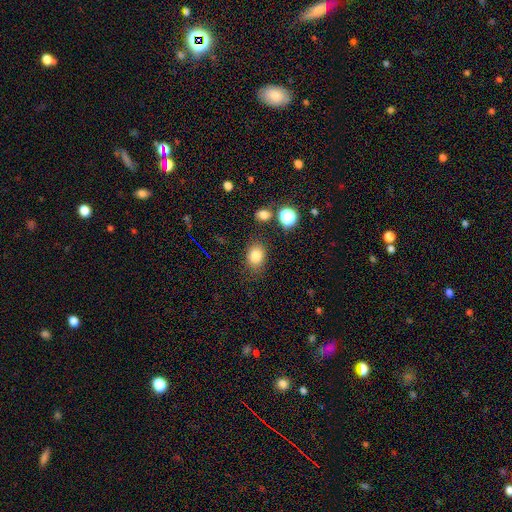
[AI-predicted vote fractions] Smooth or featured? smooth (82%)
How rounded? in between (64%)
Merging? none (77%)